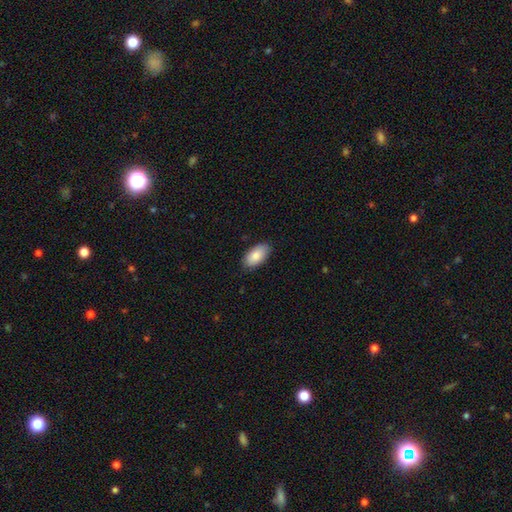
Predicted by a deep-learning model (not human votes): Smooth or featured: smooth — 84% (featured or disk — 10%)
How rounded: in between — 94% (round — 3%)
Merging: none — 84% (minor disturbance — 13%)